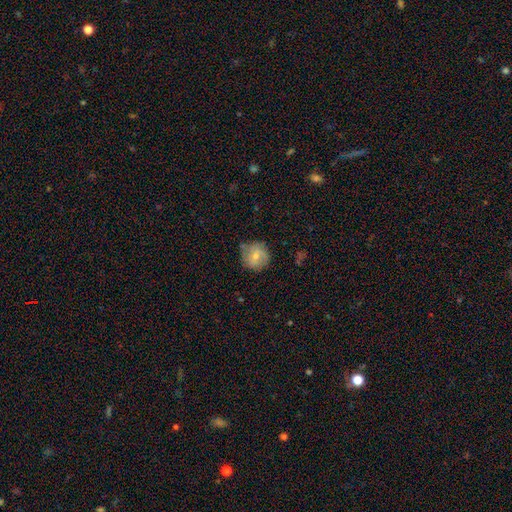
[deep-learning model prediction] smooth 64%, featured or disk 28%, star or artifact 8%. Down the decision tree: how rounded — round (88%); merging — none (68%).